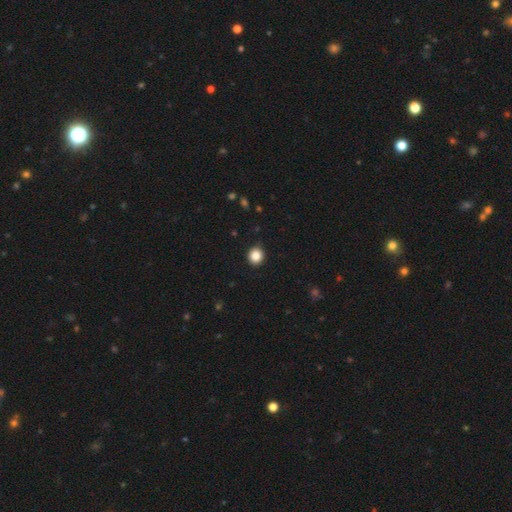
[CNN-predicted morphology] Smooth or featured? Predicted: smooth (p=0.85). How rounded? Predicted: round (p=0.83). Merging? Predicted: none (p=0.91).